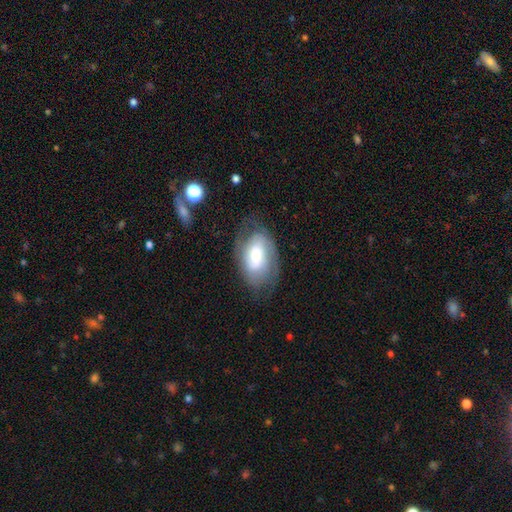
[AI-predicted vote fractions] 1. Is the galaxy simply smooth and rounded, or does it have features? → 58% featured or disk, 35% smooth, 7% star or artifact.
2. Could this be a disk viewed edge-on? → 95% no, 5% yes.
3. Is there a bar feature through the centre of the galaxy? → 46% no, 39% weak, 16% strong.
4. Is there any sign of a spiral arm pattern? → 81% yes, 19% no.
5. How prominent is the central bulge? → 43% moderate, 25% small, 24% large, 4% dominant, 3% none.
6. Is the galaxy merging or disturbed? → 66% none, 21% minor disturbance, 12% major disturbance, 2% merger.